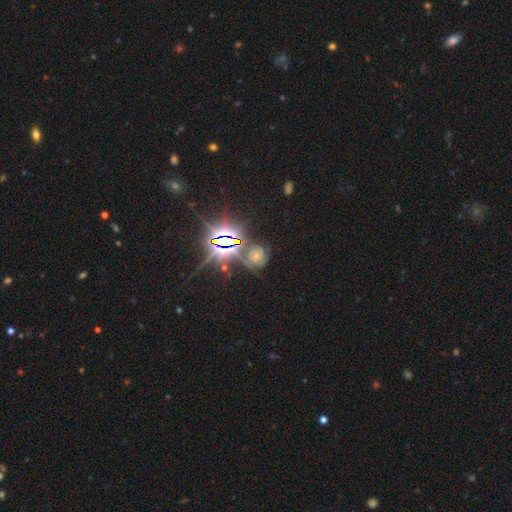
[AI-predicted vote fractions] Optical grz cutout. It shows a star or artifact, not a galaxy (44%).